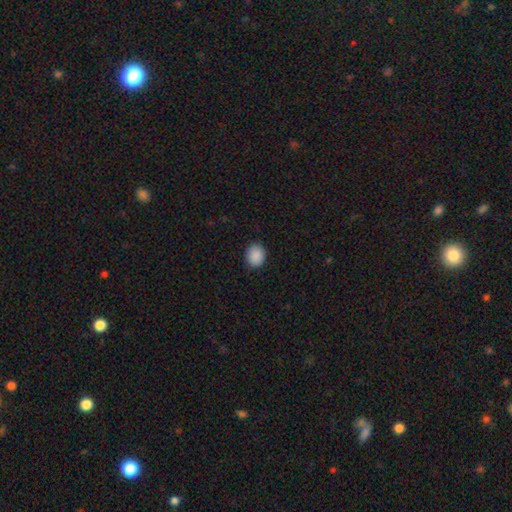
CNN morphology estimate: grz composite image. It shows a smooth galaxy with no disk features (90%) that is round (66%). Merging: none (90%).